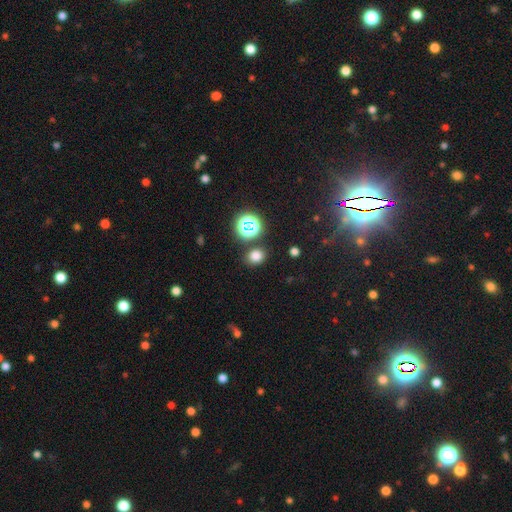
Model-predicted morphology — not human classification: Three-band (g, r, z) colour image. It shows a smooth galaxy with no disk features (75%) that is round (59%). Merging: none (82%).